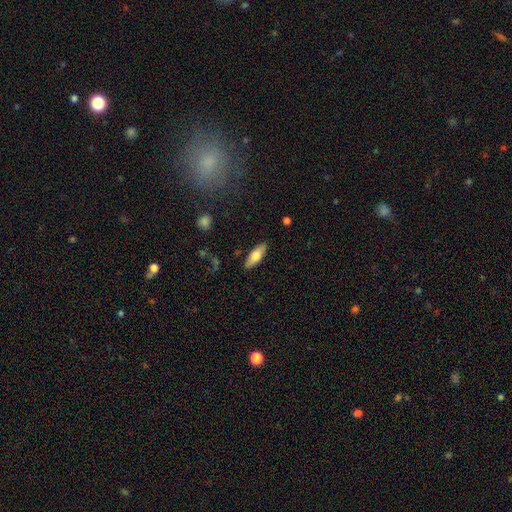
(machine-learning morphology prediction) A smooth galaxy with no disk features (71%) that is in between round and cigar-shaped (69%).

Vote fractions:
- Smooth or featured? smooth: 71% / featured or disk: 23% / star or artifact: 6%
- How rounded? in between: 69% / cigar-shaped: 29% / round: 2%
- Merging? none: 88% / minor disturbance: 9% / major disturbance: 2% / merger: 1%